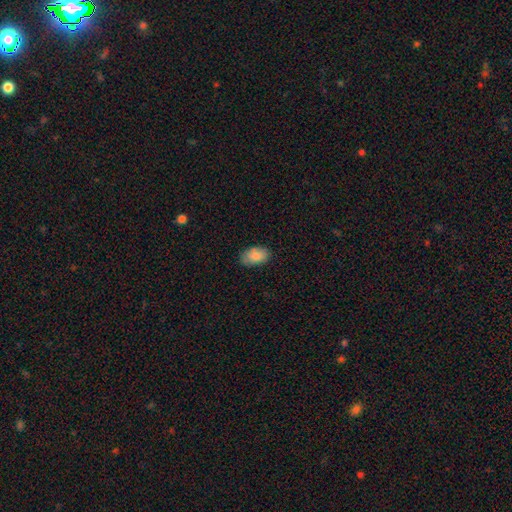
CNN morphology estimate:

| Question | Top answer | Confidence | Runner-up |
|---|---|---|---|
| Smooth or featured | smooth | 85% | featured or disk (8%) |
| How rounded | in between | 92% | round (7%) |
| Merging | none | 80% | minor disturbance (16%) |